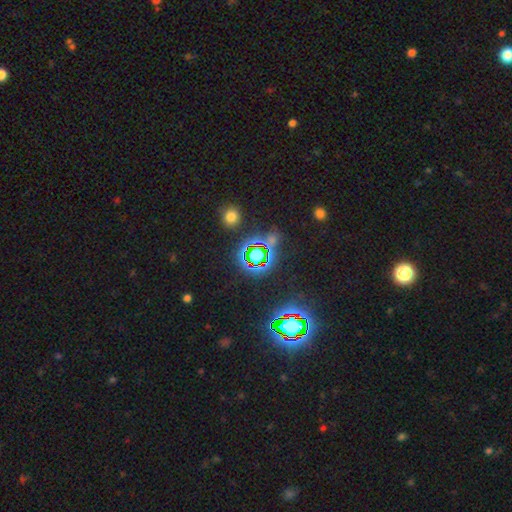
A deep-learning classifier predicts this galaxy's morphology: Overall: star or artifact (74%).